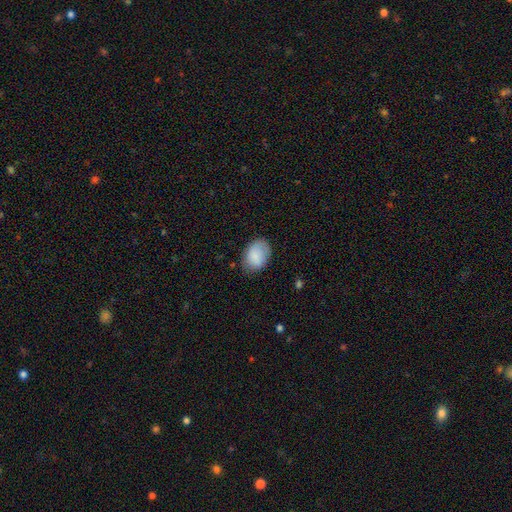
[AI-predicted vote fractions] Smooth or featured? smooth (84%)
How rounded? in between (77%)
Merging? none (72%)